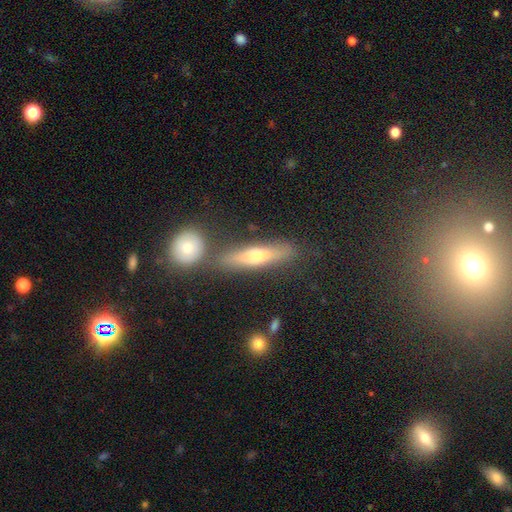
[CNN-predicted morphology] A featured or disk galaxy (53%) viewed edge-on (88%). Merging: none (75%).